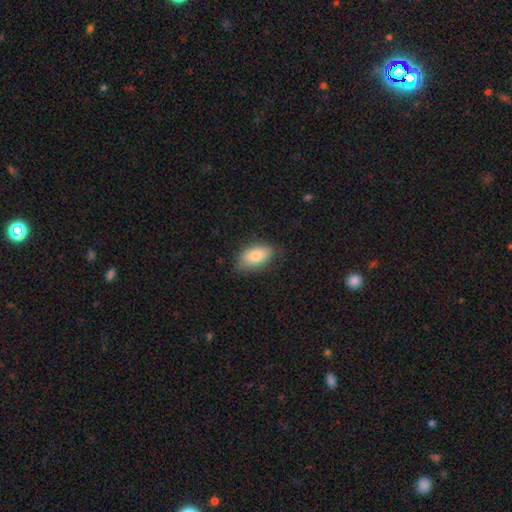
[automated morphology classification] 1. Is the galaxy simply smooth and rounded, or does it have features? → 83% smooth, 10% featured or disk, 7% star or artifact.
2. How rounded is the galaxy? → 91% in between, 4% cigar-shaped, 4% round.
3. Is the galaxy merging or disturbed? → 74% none, 21% minor disturbance, 4% major disturbance, 1% merger.